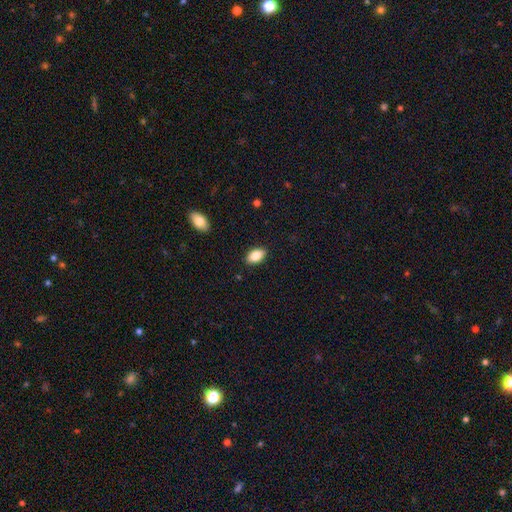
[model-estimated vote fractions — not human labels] This appears to be a smooth galaxy with no disk features (84%) that is in between round and cigar-shaped (92%). Merging: none (89%).